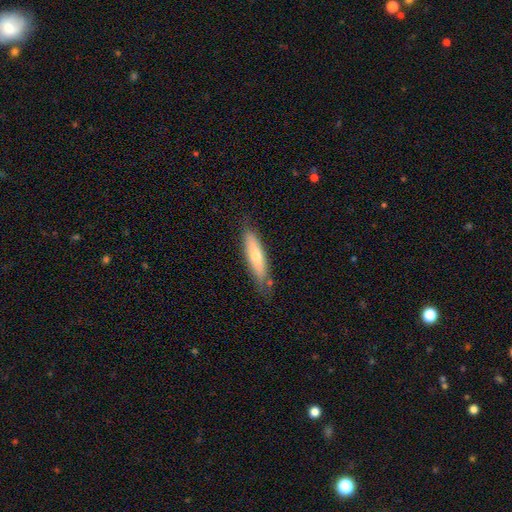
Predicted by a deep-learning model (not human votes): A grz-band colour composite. It shows a smooth galaxy with no disk features (64%) that is cigar-shaped (73%). Merging: none (73%).